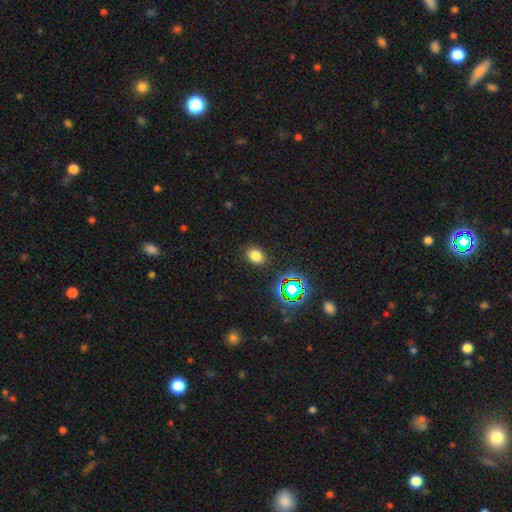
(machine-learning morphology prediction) Overall: smooth (74%). How rounded: in between (65%; round 33%). Merging: none (86%).